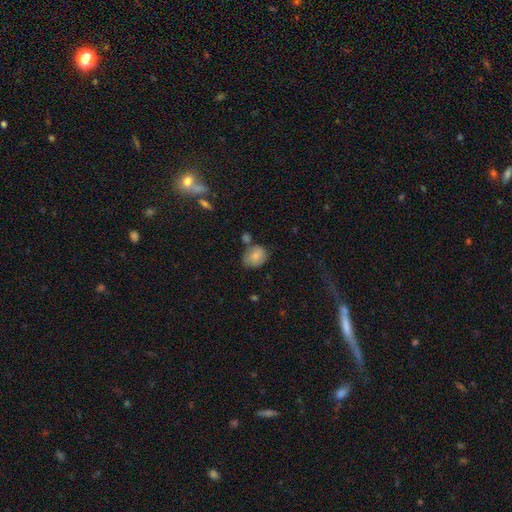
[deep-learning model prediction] A smooth galaxy with no disk features (78%) that is in between round and cigar-shaped (52%). Merging: none (51%).